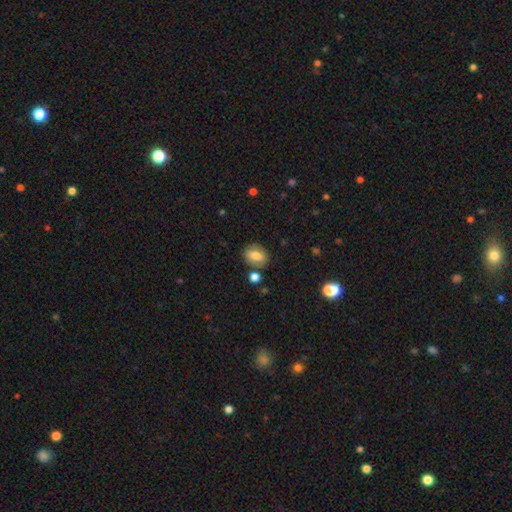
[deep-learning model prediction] smooth_or_featured: smooth (p=0.71) [alt: featured or disk p=0.20]
how_rounded: in between (p=0.68) [alt: round p=0.30]
merging: none (p=0.75) [alt: minor disturbance p=0.13]